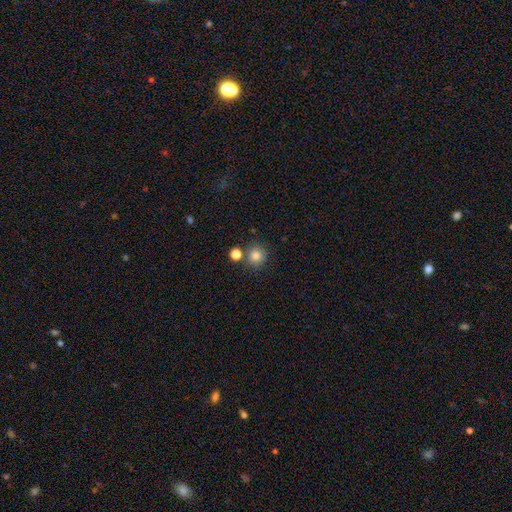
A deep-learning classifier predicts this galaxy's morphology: Smooth or featured? smooth (82%)
How rounded? round (92%)
Merging? none (76%)